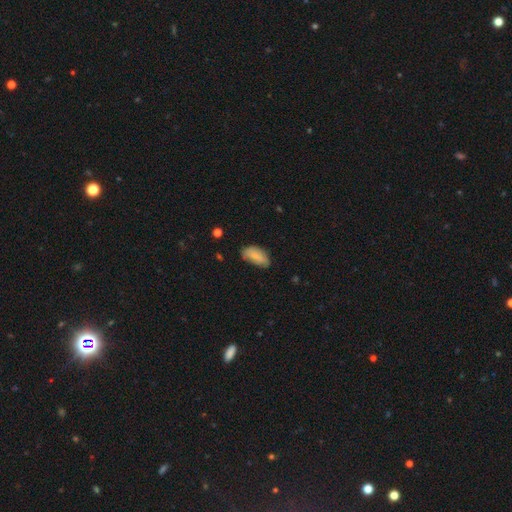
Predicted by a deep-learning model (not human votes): smooth 82%, featured or disk 12%, star or artifact 7%. Down the decision tree: how rounded — in between (91%); merging — none (61%).